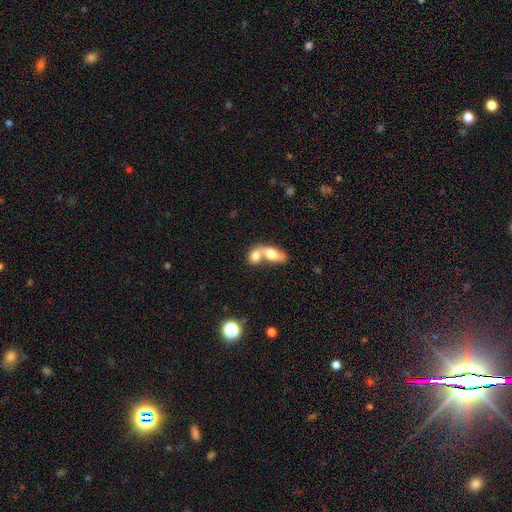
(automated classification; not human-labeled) smooth_or_featured: smooth (p=0.73) [alt: featured or disk p=0.20]
how_rounded: in between (p=0.72) [alt: round p=0.21]
merging: merger (p=0.73) [alt: none p=0.18]